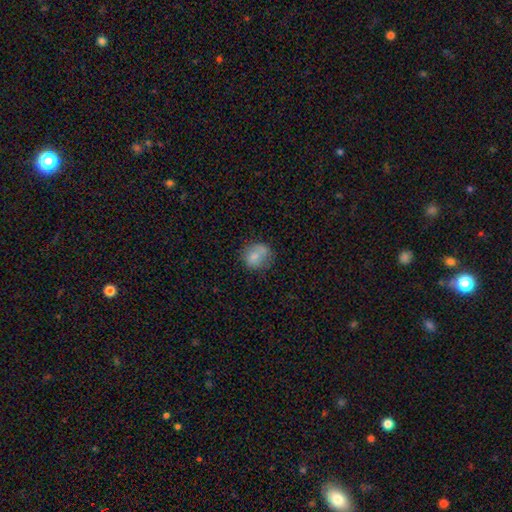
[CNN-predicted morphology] Overall: smooth (76%). How rounded: round (67%; in between 32%). Merging: none (58%; minor disturbance 26%).